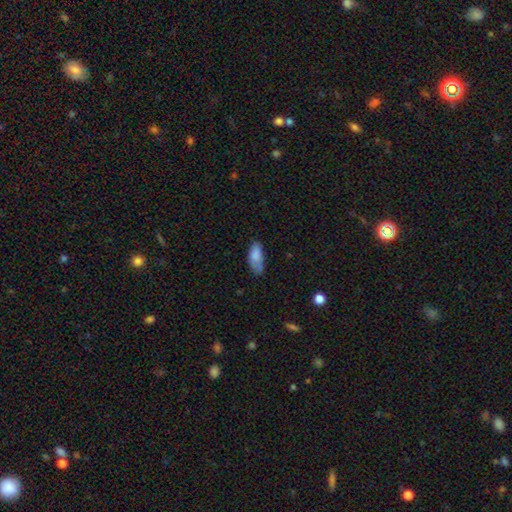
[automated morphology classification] type=smooth (82%); roundness=in between (86%); merging=none (50%).